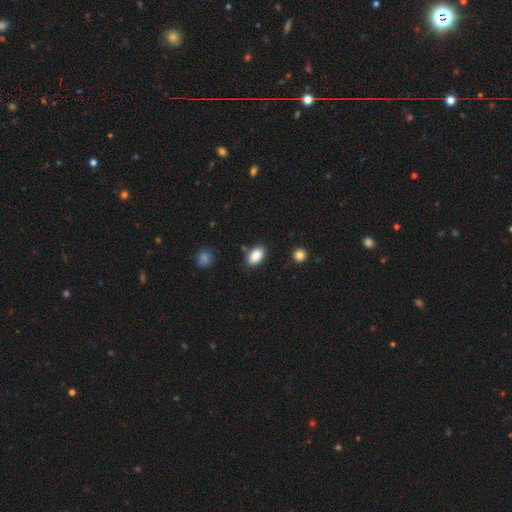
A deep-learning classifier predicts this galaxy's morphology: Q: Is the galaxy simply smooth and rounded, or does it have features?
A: smooth — 88%.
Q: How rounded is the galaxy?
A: in between — 92%.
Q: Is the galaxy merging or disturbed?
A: none — 85%.